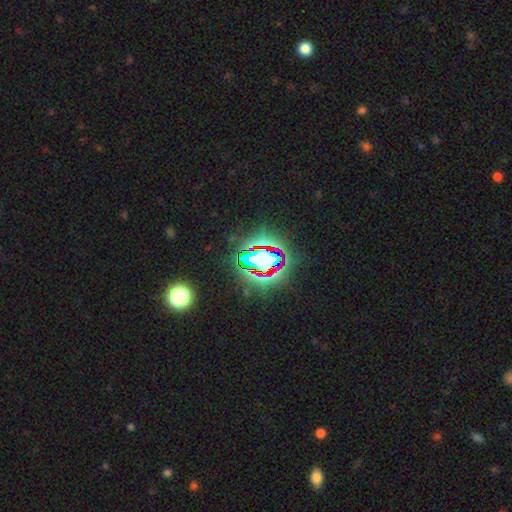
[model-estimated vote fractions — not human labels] Overall: star or artifact (73%).